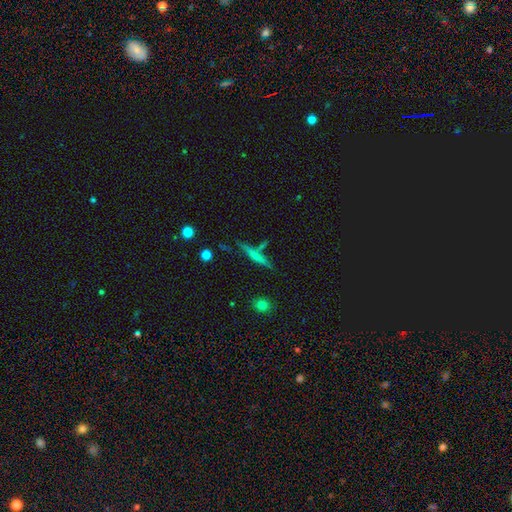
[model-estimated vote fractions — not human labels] Smooth or featured: smooth — 50% (featured or disk — 42%)
How rounded: cigar-shaped — 90% (in between — 7%)
Merging: none — 70% (minor disturbance — 14%)